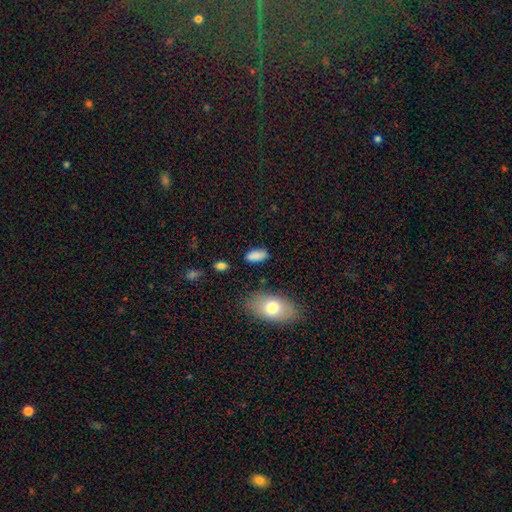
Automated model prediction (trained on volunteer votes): Overall: smooth (85%). How rounded: in between (87%). Merging: none (78%).